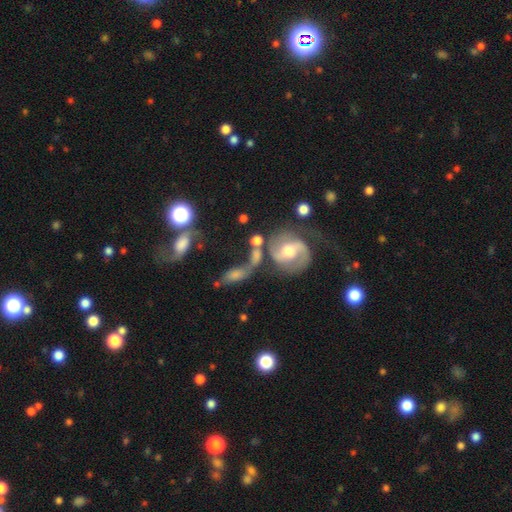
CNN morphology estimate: Q: Smooth or featured?
A: featured or disk (71%); runner-up: smooth (19%)
Q: Edge-on disk?
A: no (94%); runner-up: yes (6%)
Q: Bar?
A: weak (41%); runner-up: no (35%)
Q: Spiral arms?
A: yes (87%); runner-up: no (13%)
Q: Spiral winding?
A: medium (44%); runner-up: loose (37%)
Q: Spiral arm count?
A: 2 (84%); runner-up: can't tell (6%)
Q: Bulge size?
A: moderate (69%); runner-up: small (19%)
Q: Merging?
A: none (43%); runner-up: merger (26%)